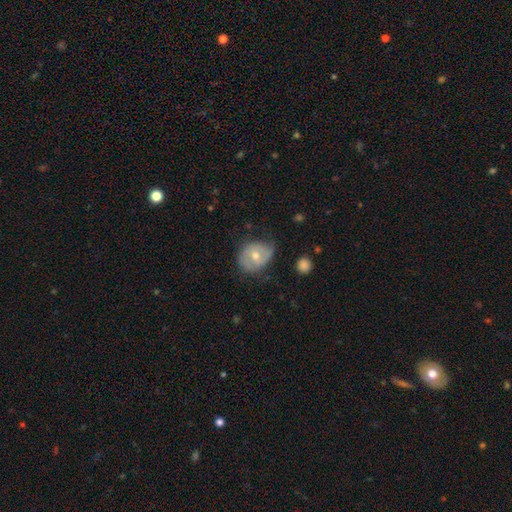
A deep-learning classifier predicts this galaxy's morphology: Smooth or featured? smooth (55%)
How rounded? round (57%)
Merging? none (51%)